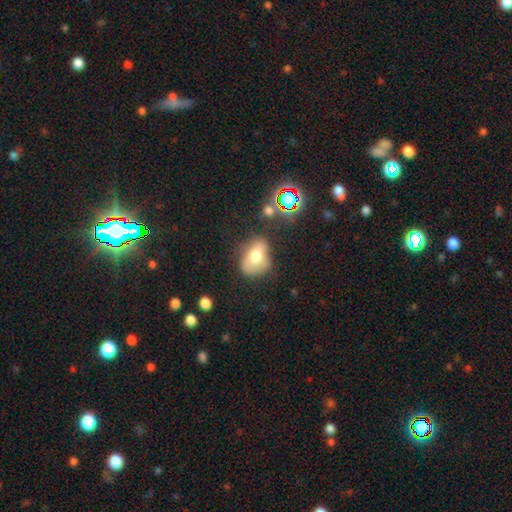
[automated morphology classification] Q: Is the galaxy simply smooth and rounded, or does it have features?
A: smooth — 66%.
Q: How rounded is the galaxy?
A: in between — 71%.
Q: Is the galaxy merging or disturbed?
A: none — 47%.